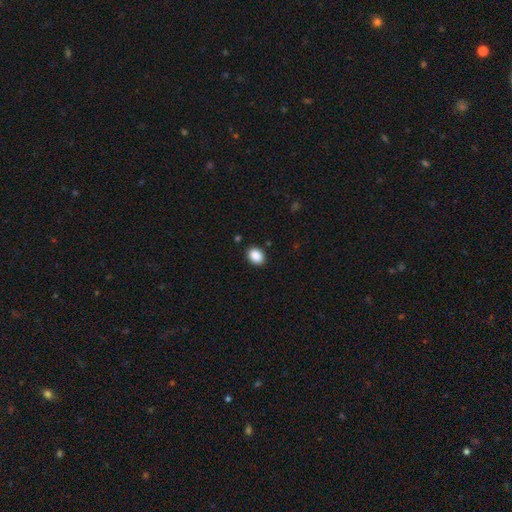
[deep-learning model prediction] smooth_or_featured: smooth (p=0.89) [alt: star or artifact p=0.08]
how_rounded: in between (p=0.71) [alt: round p=0.28]
merging: none (p=0.88) [alt: minor disturbance p=0.08]